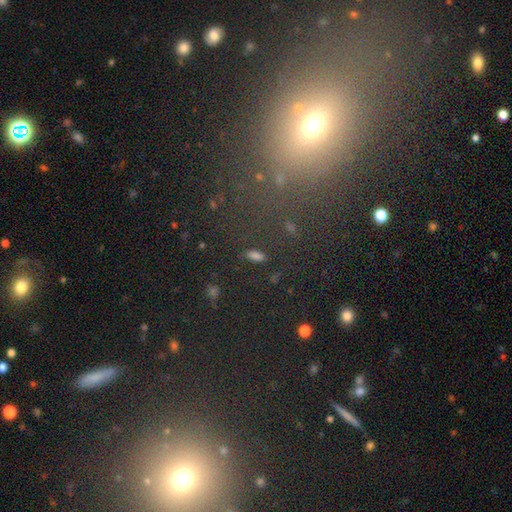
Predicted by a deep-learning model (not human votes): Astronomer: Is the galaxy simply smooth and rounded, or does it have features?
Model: smooth — 65%.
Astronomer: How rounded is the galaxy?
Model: in between — 79%.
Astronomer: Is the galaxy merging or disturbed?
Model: none — 84%.